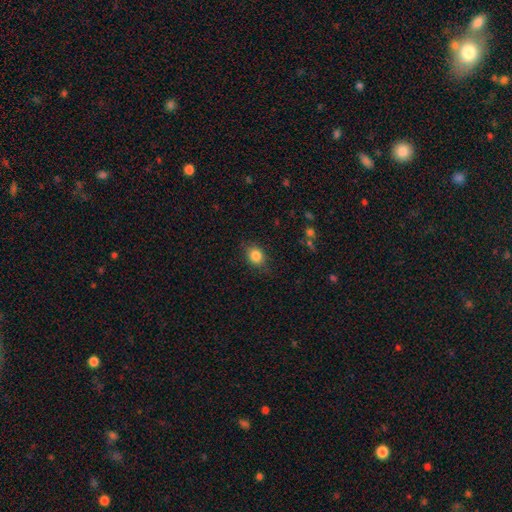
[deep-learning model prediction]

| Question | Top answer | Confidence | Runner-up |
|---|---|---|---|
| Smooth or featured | smooth | 84% | star or artifact (10%) |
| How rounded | round | 54% | in between (44%) |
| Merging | none | 80% | minor disturbance (15%) |